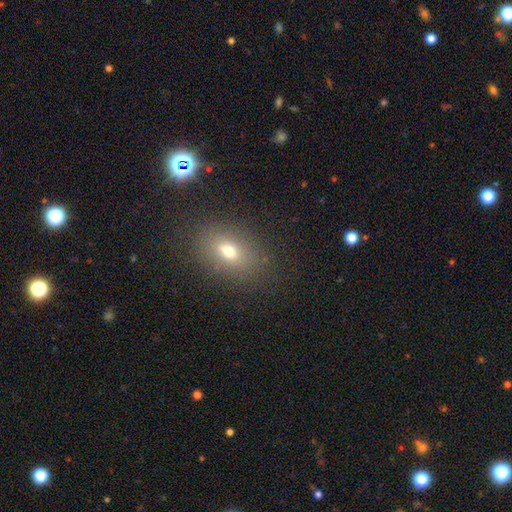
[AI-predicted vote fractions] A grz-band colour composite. It shows a smooth galaxy with no disk features (62%) that is in between round and cigar-shaped (72%). Merging: none (88%).